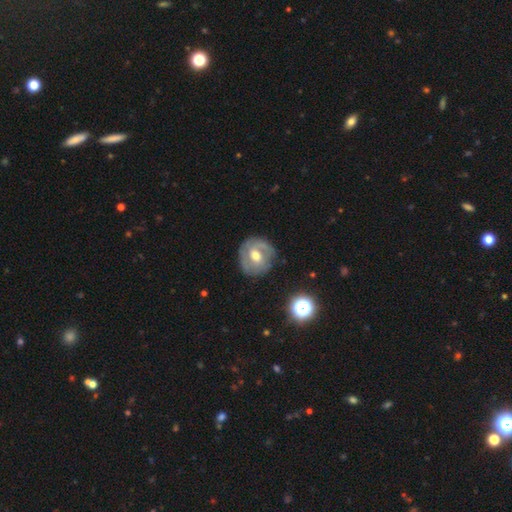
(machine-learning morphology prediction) This is likely a featured or disk galaxy (65%). It is clearly not viewed edge-on (96%). Bar: possibly weak (46%). Spiral arm pattern: likely yes (69%). Central bulge: likely moderate (75%). Merging: likely none (77%).